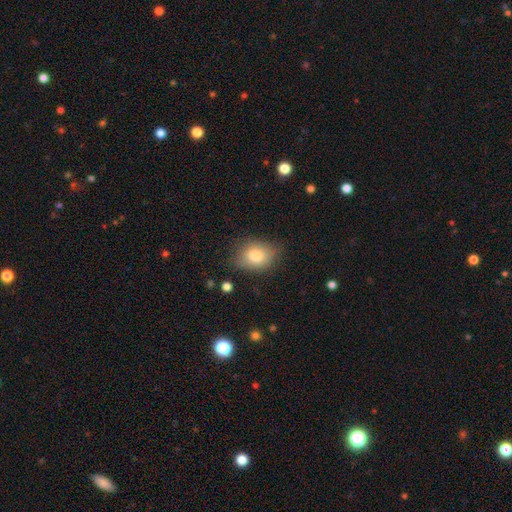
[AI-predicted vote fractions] Smooth or featured? smooth (79%)
How rounded? in between (68%)
Merging? none (74%)